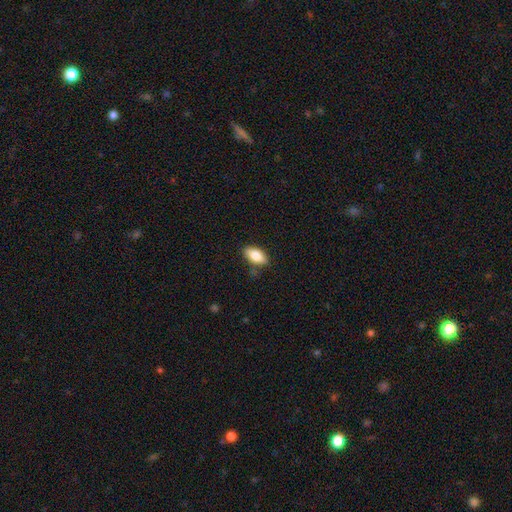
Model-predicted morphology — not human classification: This appears to be a smooth galaxy with no disk features (82%) that is in between round and cigar-shaped (88%). Merging: none (79%).